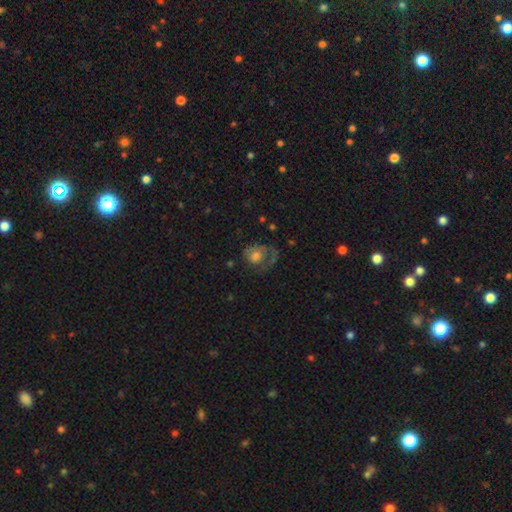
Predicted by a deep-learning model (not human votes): A featured or disk galaxy (51%). Merging: none (40%).